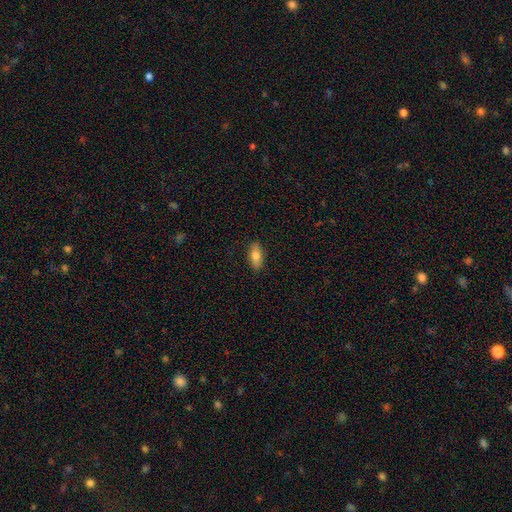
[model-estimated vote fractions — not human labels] Smooth or featured? smooth (75%)
How rounded? in between (79%)
Merging? none (88%)